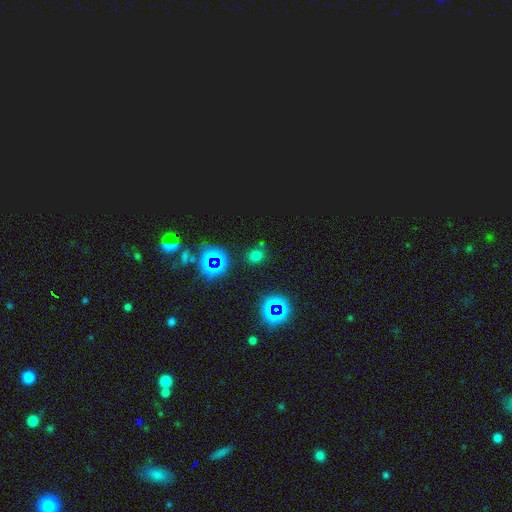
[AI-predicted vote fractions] smooth_or_featured: smooth (p=0.55) [alt: star or artifact p=0.38]
how_rounded: round (p=0.81) [alt: in between p=0.18]
merging: none (p=0.82) [alt: minor disturbance p=0.09]